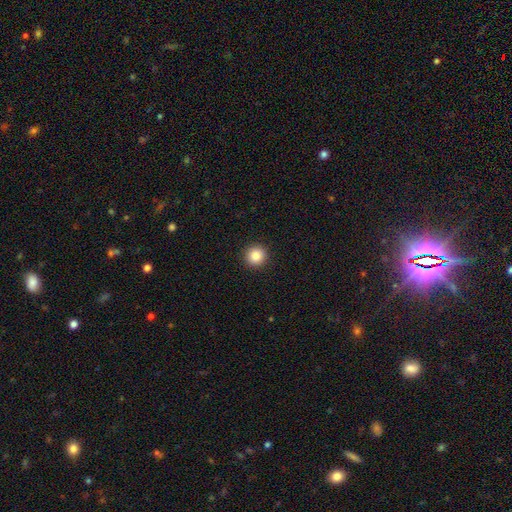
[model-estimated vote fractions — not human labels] A smooth galaxy with no disk features (85%) that is round (94%). Merging: none (93%).